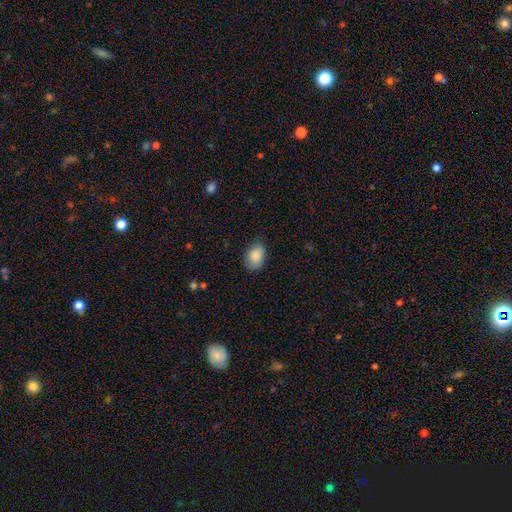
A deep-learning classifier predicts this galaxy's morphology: Smooth or featured?
  - smooth: 87% *
  - star or artifact: 7%
  - featured or disk: 6%
How rounded?
  - in between: 84% *
  - round: 15%
  - cigar-shaped: 1%
Merging?
  - none: 77% *
  - minor disturbance: 18%
  - major disturbance: 3%
  - merger: 1%